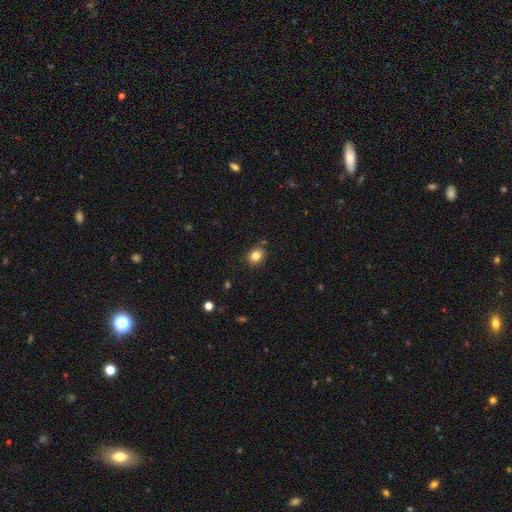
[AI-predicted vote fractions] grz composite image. It shows a smooth galaxy with no disk features (82%) that is round (50%). Merging: none (83%).